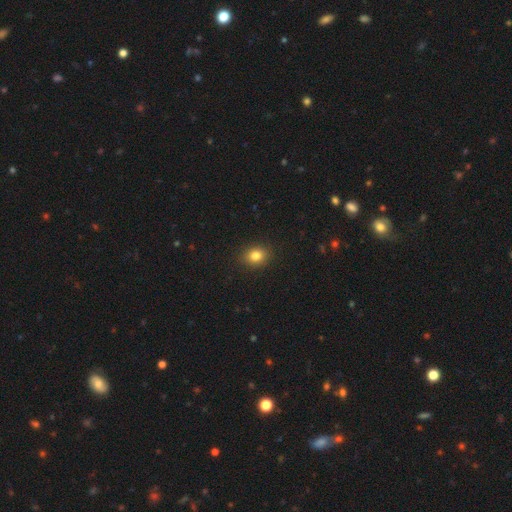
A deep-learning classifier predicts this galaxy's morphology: smooth-or-featured: smooth: 82% | star or artifact: 11% | featured or disk: 6%
  how-rounded: round: 55% | in between: 44% | cigar-shaped: 1%
  merging: none: 90% | minor disturbance: 7% | major disturbance: 2% | merger: 1%